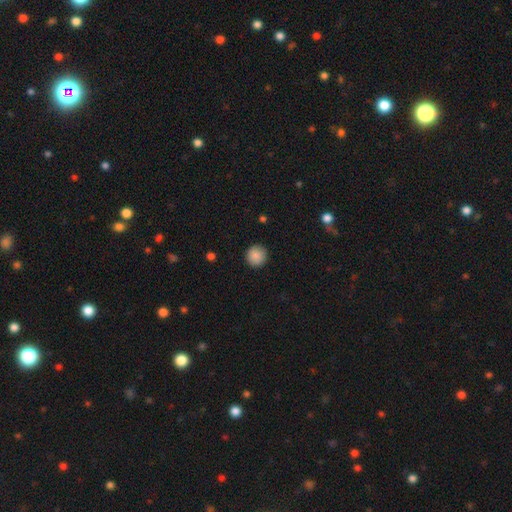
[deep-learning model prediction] smooth-or-featured: smooth: 88% | star or artifact: 8% | featured or disk: 4%
  how-rounded: round: 95% | in between: 4% | cigar-shaped: 1%
  merging: none: 91% | minor disturbance: 6% | major disturbance: 2% | merger: 1%